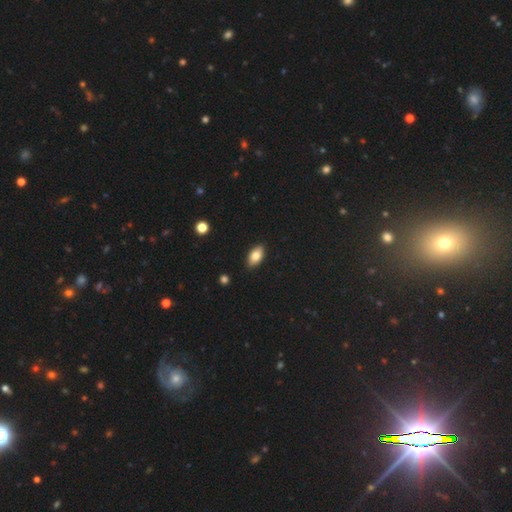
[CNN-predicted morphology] The model was most divided on "smooth or featured": smooth: 81%, featured or disk: 12%, star or artifact: 8%. More confident: how rounded — in between (92%); merging — none (88%).